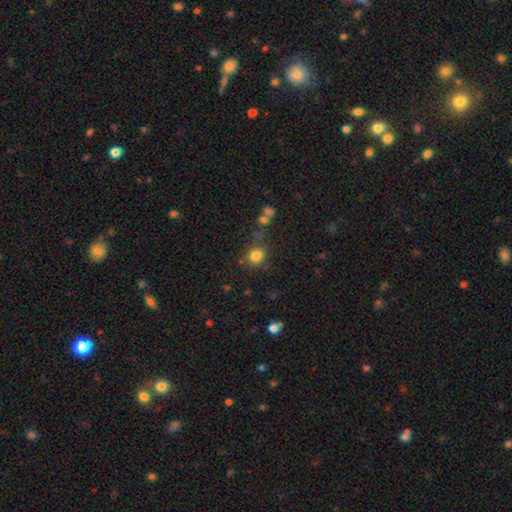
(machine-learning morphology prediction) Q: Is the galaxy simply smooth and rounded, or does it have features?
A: smooth — 82%.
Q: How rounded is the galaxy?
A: round — 87%.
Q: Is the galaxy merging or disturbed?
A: none — 74%.